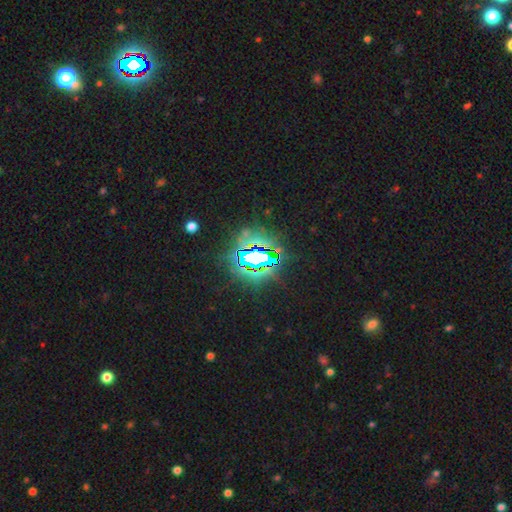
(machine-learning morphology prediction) Smooth or featured? Predicted: star or artifact (p=0.78).